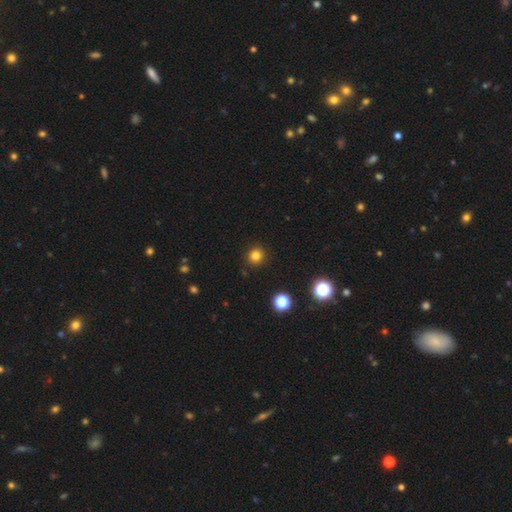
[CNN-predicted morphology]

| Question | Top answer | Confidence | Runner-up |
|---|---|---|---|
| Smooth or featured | smooth | 80% | star or artifact (15%) |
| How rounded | round | 91% | in between (8%) |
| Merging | none | 91% | minor disturbance (6%) |